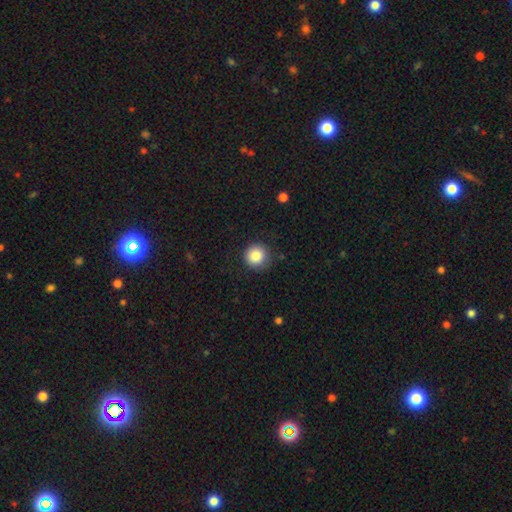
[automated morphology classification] A smooth galaxy with no disk features (86%) that is round (95%). Merging: none (88%).